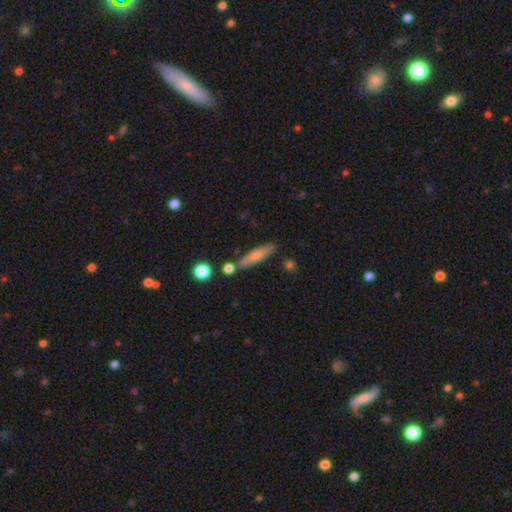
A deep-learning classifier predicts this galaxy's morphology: Smooth or featured? Predicted: smooth (p=0.63). How rounded? Predicted: cigar-shaped (p=0.79). Merging? Predicted: none (p=0.77).